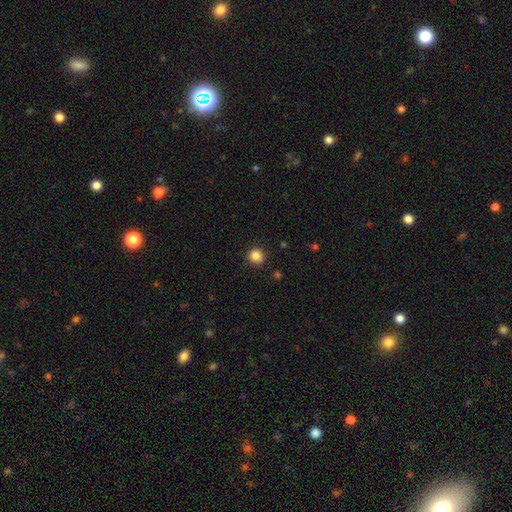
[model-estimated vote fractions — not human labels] Smooth or featured? Predicted: smooth (p=0.86). How rounded? Predicted: round (p=0.86). Merging? Predicted: none (p=0.90).